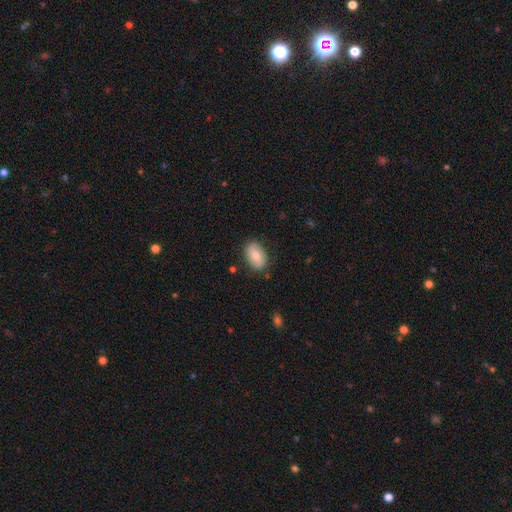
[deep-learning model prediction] Smooth or featured? Predicted: smooth (p=0.73). How rounded? Predicted: in between (p=0.87). Merging? Predicted: none (p=0.81).